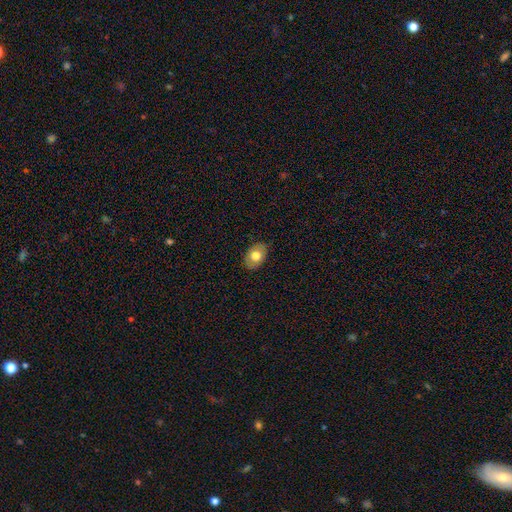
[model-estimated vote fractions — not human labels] This appears to be a smooth galaxy with no disk features (72%) that is in between round and cigar-shaped (78%). Merging: none (85%).